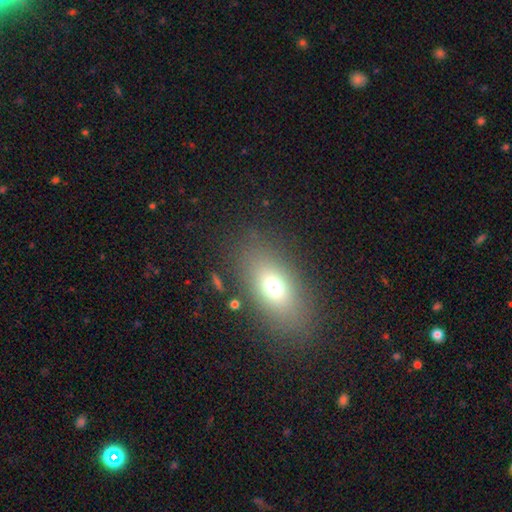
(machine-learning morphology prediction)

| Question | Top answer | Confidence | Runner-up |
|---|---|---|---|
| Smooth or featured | smooth | 69% | featured or disk (17%) |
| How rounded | in between | 82% | round (10%) |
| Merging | none | 85% | minor disturbance (9%) |